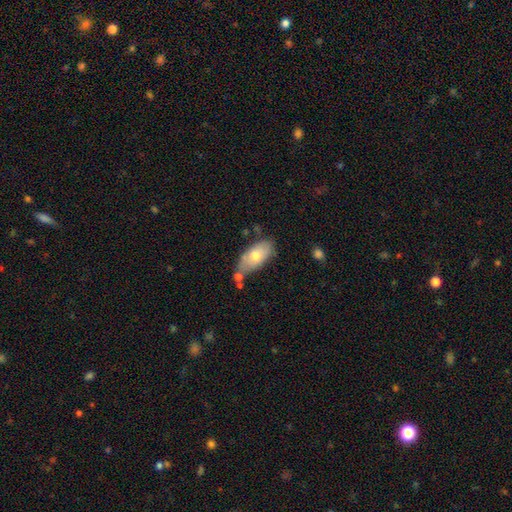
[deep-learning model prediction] Smooth or featured? smooth (71%)
How rounded? in between (91%)
Merging? none (62%)